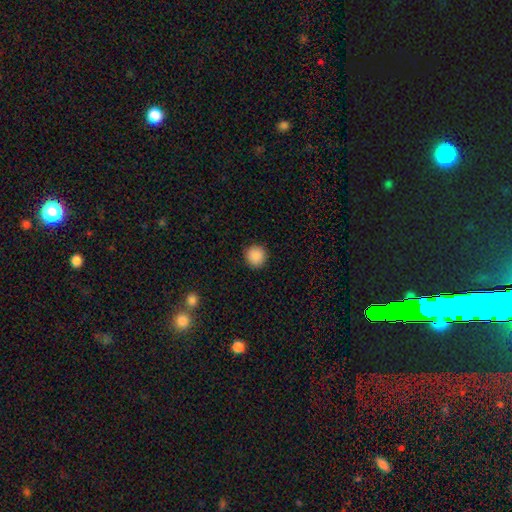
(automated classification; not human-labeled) This is clearly a smooth galaxy (89%). How rounded: clearly round (95%). Merging: clearly none (93%).